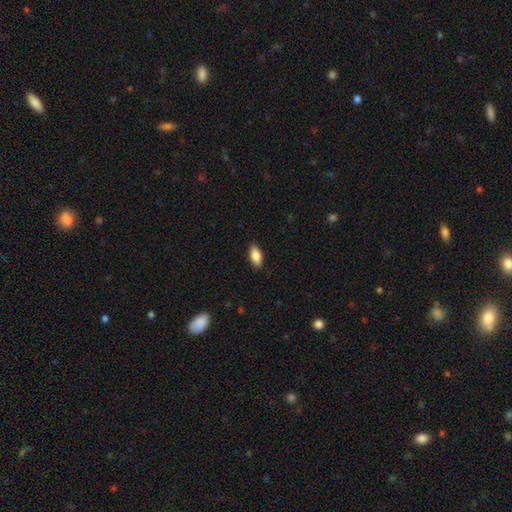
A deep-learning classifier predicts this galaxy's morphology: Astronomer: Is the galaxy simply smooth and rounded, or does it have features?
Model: smooth — 85%.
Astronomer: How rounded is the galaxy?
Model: in between — 87%.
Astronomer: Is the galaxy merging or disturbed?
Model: none — 88%.